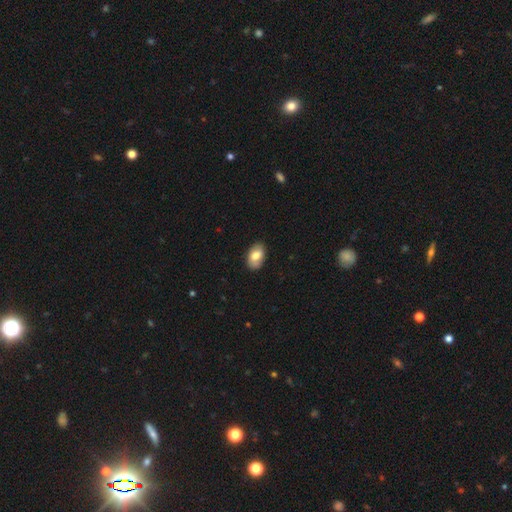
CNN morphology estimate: smooth 75%, featured or disk 19%, star or artifact 7%. Down the decision tree: how rounded — in between (91%); merging — none (80%).